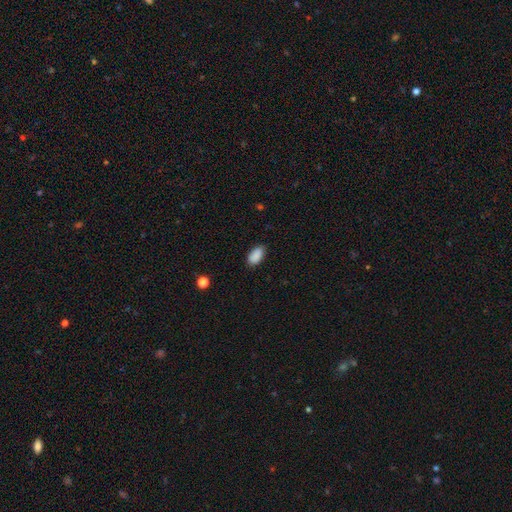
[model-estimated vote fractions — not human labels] Smooth or featured? smooth (89%)
How rounded? in between (94%)
Merging? none (83%)